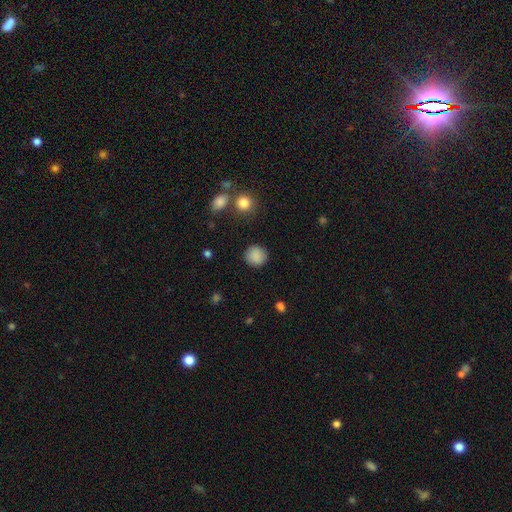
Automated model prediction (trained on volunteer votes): smooth_or_featured: smooth (p=0.87) [alt: star or artifact p=0.09]
how_rounded: round (p=0.90) [alt: in between p=0.09]
merging: none (p=0.88) [alt: minor disturbance p=0.07]